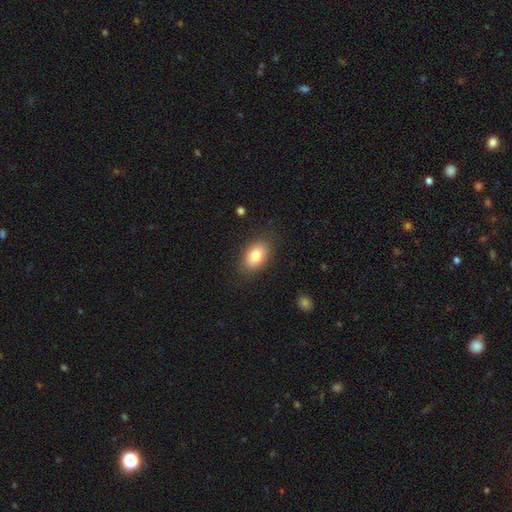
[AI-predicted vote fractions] Smooth or featured: smooth — 80% (featured or disk — 12%)
How rounded: in between — 87% (round — 12%)
Merging: none — 85% (minor disturbance — 11%)